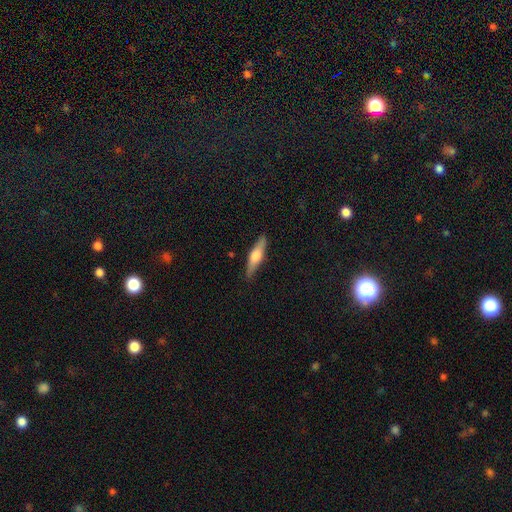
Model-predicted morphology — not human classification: A featured or disk galaxy (50%). Merging: none (88%).